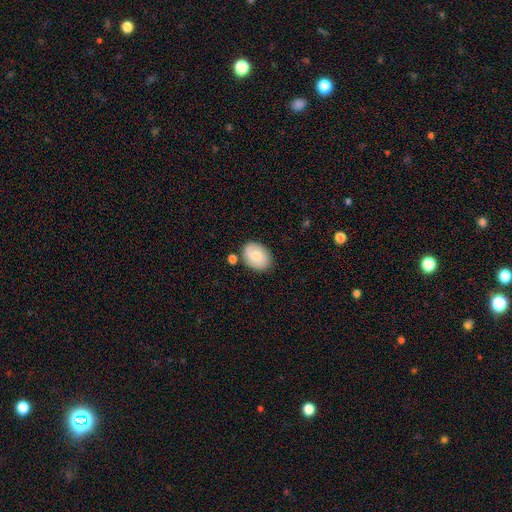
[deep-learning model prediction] Smooth or featured? smooth (66%)
How rounded? in between (71%)
Merging? none (74%)